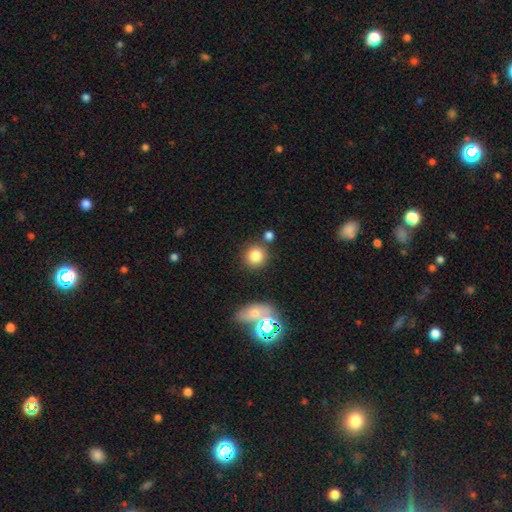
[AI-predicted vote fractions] smooth 81%, star or artifact 12%, featured or disk 7%. Down the decision tree: how rounded — round (89%); merging — none (77%).